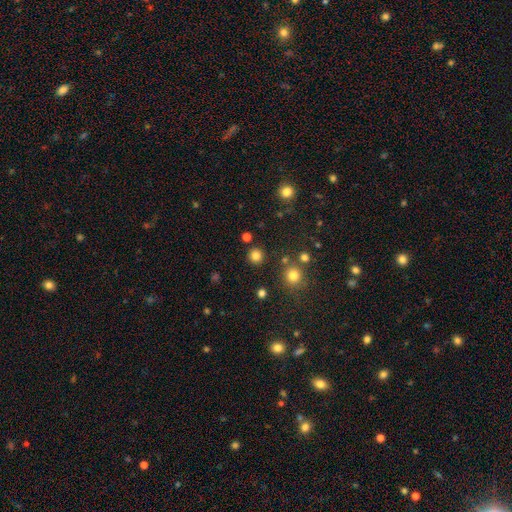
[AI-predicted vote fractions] smooth-or-featured: smooth: 81% | star or artifact: 14% | featured or disk: 4%
  how-rounded: round: 94% | in between: 5% | cigar-shaped: 1%
  merging: none: 90% | minor disturbance: 5% | merger: 3% | major disturbance: 2%